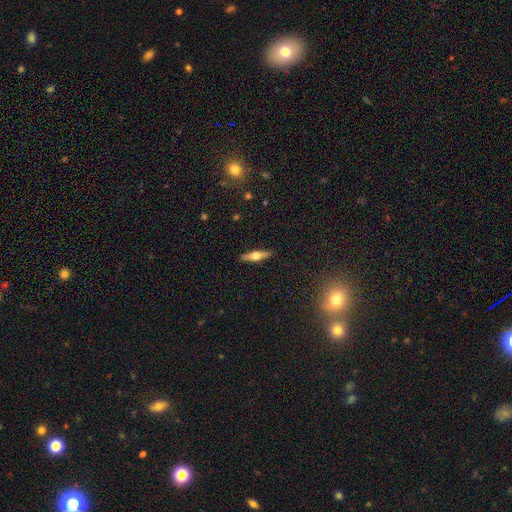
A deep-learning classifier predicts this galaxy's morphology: Smooth or featured: featured or disk — 55% (smooth — 39%)
Edge-on disk: yes — 93% (no — 7%)
Edge-on bulge: rounded — 95% (boxy — 3%)
Merging: none — 90% (minor disturbance — 7%)